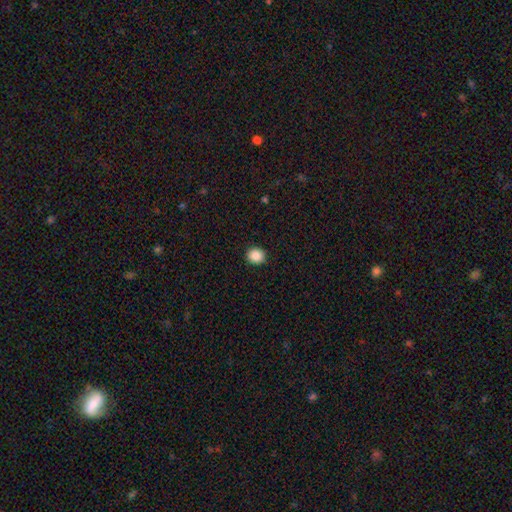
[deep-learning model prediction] smooth_or_featured: smooth (p=0.88) [alt: star or artifact p=0.09]
how_rounded: round (p=0.84) [alt: in between p=0.15]
merging: none (p=0.92) [alt: minor disturbance p=0.05]